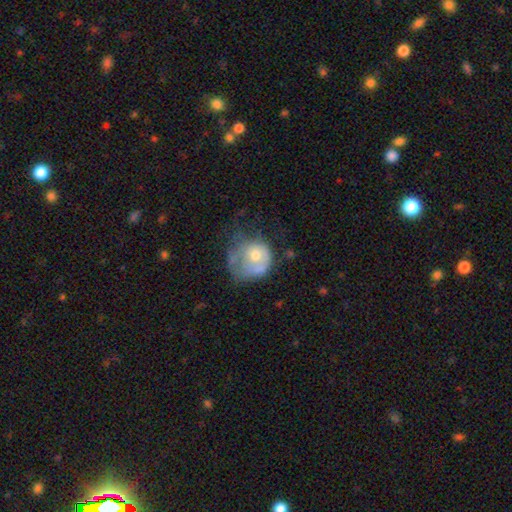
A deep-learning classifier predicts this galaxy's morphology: Smooth or featured? Predicted: smooth (p=0.51). How rounded? Predicted: round (p=0.71). Merging? Predicted: major disturbance (p=0.39).